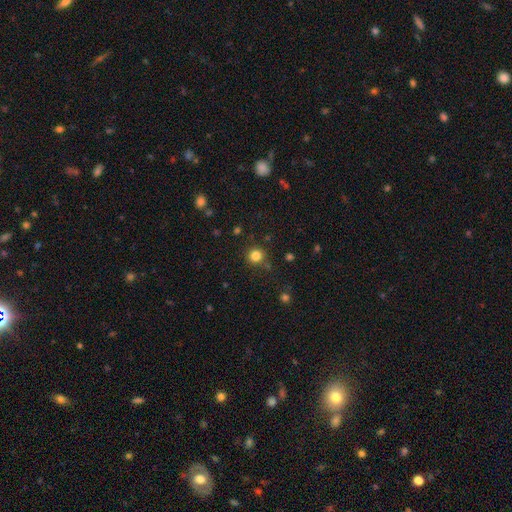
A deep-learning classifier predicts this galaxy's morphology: smooth 82%, star or artifact 13%, featured or disk 5%. Down the decision tree: how rounded — round (93%); merging — none (85%).